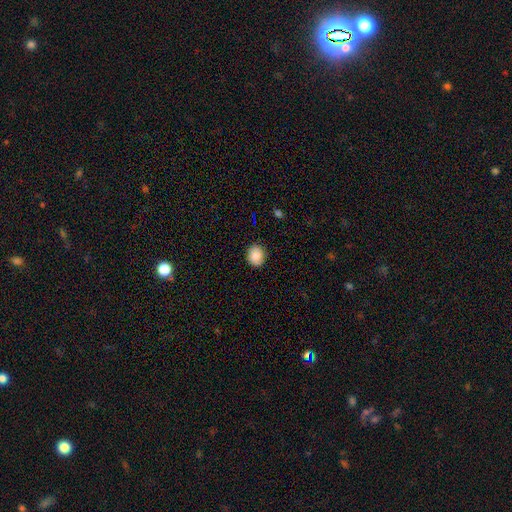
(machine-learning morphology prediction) Overall: smooth (83%). How rounded: round (64%; in between 35%). Merging: none (86%).